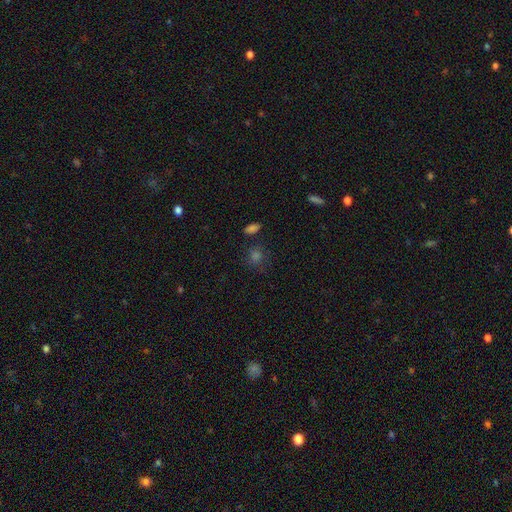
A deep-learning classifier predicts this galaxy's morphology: smooth_or_featured: smooth (p=0.62) [alt: star or artifact p=0.29]
how_rounded: round (p=0.77) [alt: in between p=0.21]
merging: none (p=0.75) [alt: minor disturbance p=0.12]